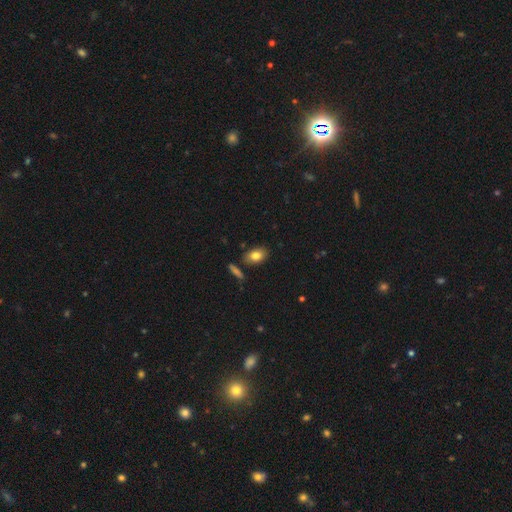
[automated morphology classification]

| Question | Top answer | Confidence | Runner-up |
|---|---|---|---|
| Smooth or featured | smooth | 81% | featured or disk (11%) |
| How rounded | in between | 86% | round (11%) |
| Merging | none | 82% | minor disturbance (11%) |